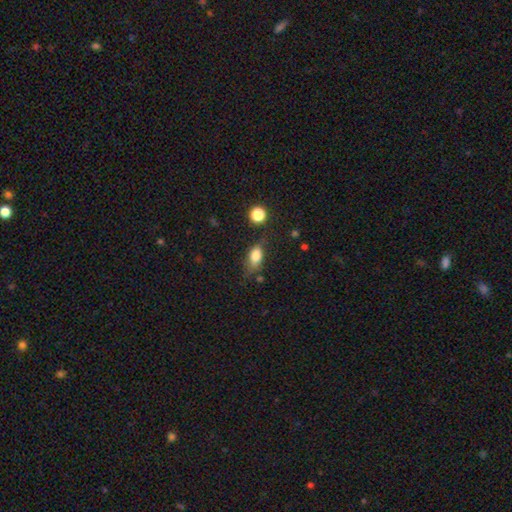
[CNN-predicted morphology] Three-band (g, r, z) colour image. It shows a smooth galaxy with no disk features (79%) that is in between round and cigar-shaped (82%). Merging: none (56%).